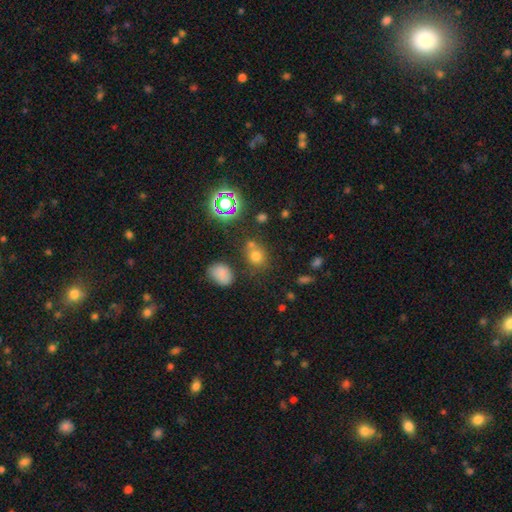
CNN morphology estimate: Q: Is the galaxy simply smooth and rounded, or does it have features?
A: smooth — 64%.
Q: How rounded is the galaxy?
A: round — 67%.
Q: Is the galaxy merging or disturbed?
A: none — 63%.